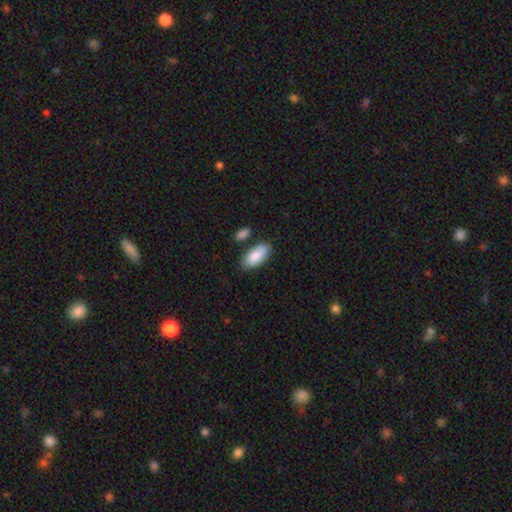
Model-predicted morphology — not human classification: Q: Smooth or featured?
A: smooth (87%); runner-up: featured or disk (7%)
Q: How rounded?
A: in between (92%); runner-up: cigar-shaped (6%)
Q: Merging?
A: none (76%); runner-up: minor disturbance (13%)